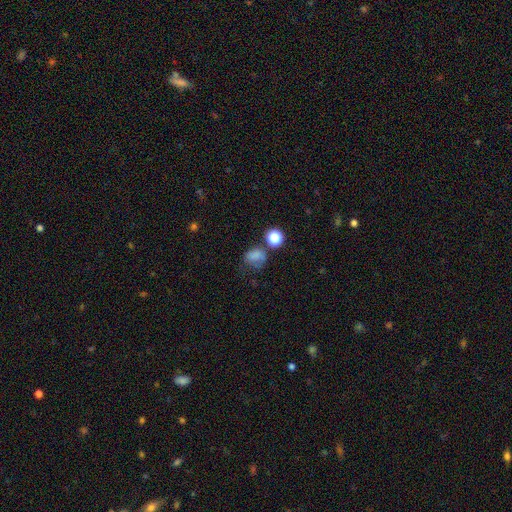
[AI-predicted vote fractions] A smooth galaxy with no disk features (71%) that is round (53%).

Vote fractions:
- Smooth or featured? smooth: 71% / star or artifact: 18% / featured or disk: 11%
- How rounded? round: 53% / in between: 46% / cigar-shaped: 1%
- Merging? none: 44% / minor disturbance: 25% / major disturbance: 19% / merger: 12%